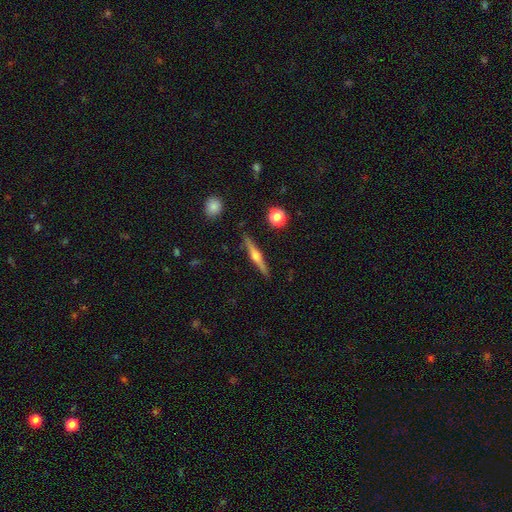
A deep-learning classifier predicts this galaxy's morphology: Smooth or featured?
  - featured or disk: 71% *
  - smooth: 22%
  - star or artifact: 6%
Edge-on disk?
  - yes: 98% *
  - no: 2%
Edge-on bulge?
  - rounded: 91% *
  - boxy: 5%
  - none: 4%
Merging?
  - none: 89% *
  - minor disturbance: 8%
  - merger: 2%
  - major disturbance: 2%